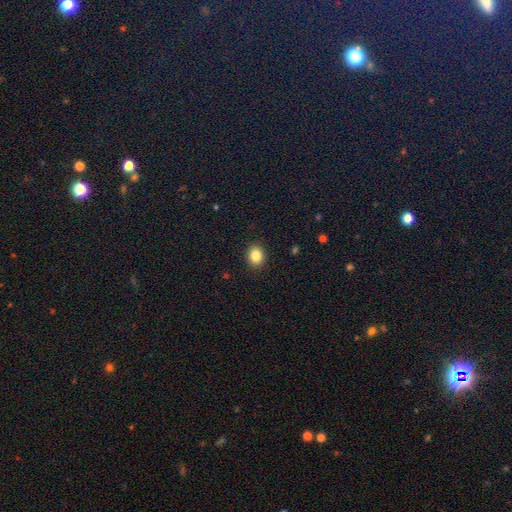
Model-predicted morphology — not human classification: The model was most divided on "how rounded": round: 70%, in between: 29%, cigar-shaped: 1%. More confident: merging — none (91%); smooth or featured — smooth (85%).